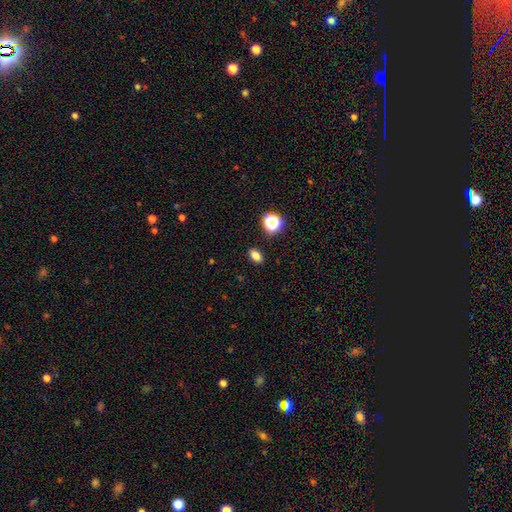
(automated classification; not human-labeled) smooth_or_featured: smooth (p=0.80) [alt: star or artifact p=0.14]
how_rounded: in between (p=0.81) [alt: round p=0.16]
merging: none (p=0.89) [alt: minor disturbance p=0.07]